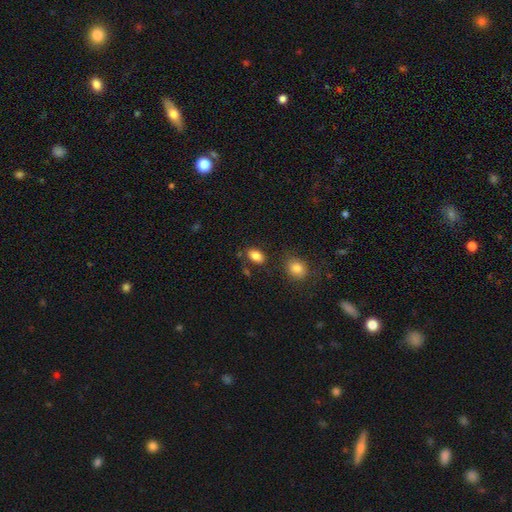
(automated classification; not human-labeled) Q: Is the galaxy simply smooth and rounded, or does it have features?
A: smooth — 84%.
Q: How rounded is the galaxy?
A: in between — 88%.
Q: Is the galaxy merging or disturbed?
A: none — 79%.